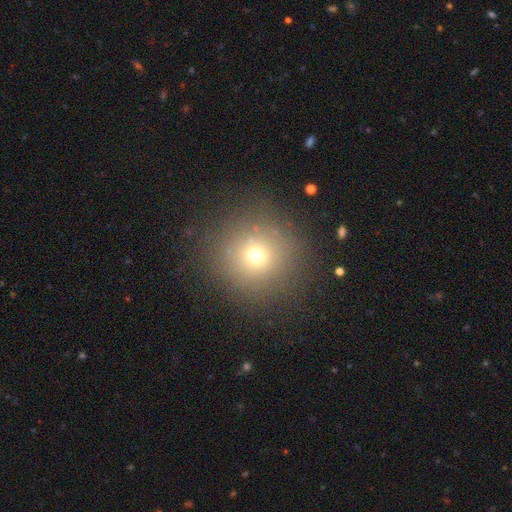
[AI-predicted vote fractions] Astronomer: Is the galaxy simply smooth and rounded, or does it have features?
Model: smooth — 68%.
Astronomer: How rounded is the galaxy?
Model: round — 94%.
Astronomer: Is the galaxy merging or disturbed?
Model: none — 86%.